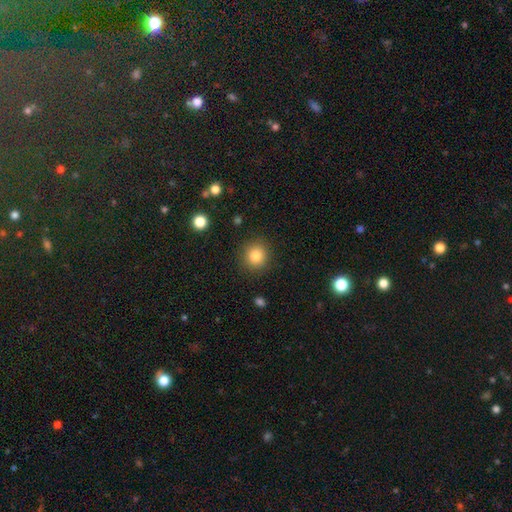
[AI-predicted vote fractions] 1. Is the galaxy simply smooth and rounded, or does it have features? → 84% smooth, 10% star or artifact, 6% featured or disk.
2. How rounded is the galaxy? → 90% round, 9% in between, 1% cigar-shaped.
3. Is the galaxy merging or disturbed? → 89% none, 7% minor disturbance, 3% major disturbance, 1% merger.